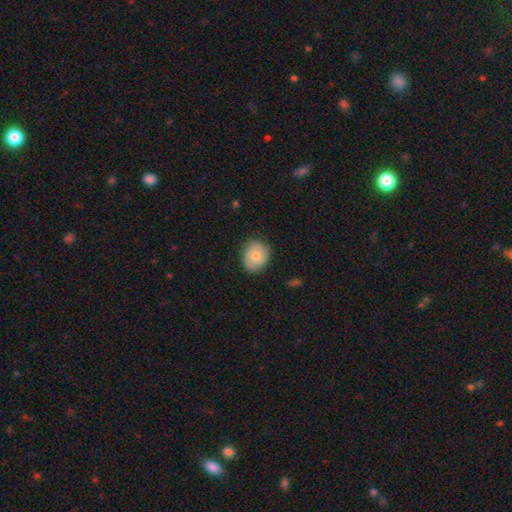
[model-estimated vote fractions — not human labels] Smooth or featured? smooth (74%)
How rounded? round (64%)
Merging? none (80%)